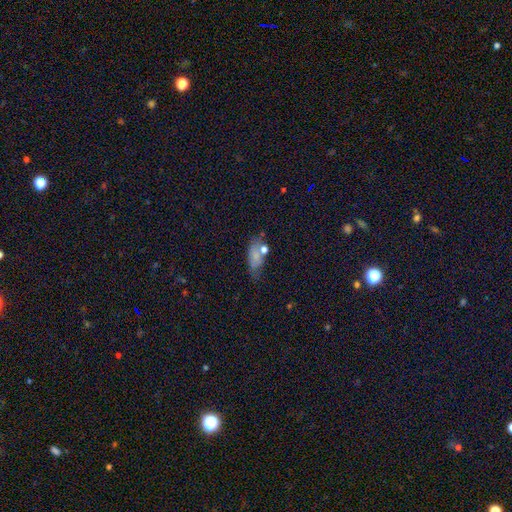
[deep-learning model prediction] A smooth galaxy with no disk features (64%) that is in between round and cigar-shaped (83%). Merging: none (53%).